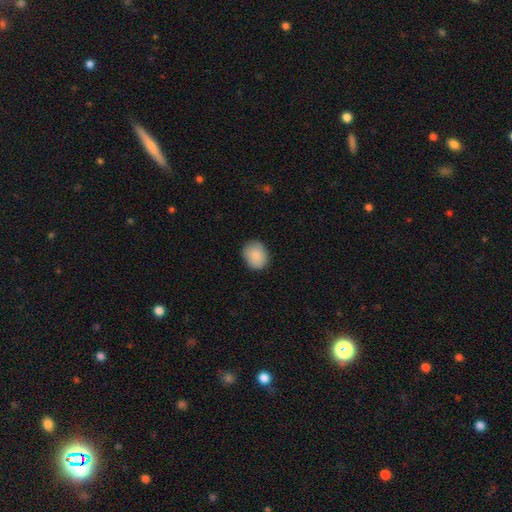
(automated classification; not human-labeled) smooth_or_featured: smooth (p=0.88) [alt: star or artifact p=0.07]
how_rounded: round (p=0.54) [alt: in between p=0.46]
merging: none (p=0.80) [alt: minor disturbance p=0.16]